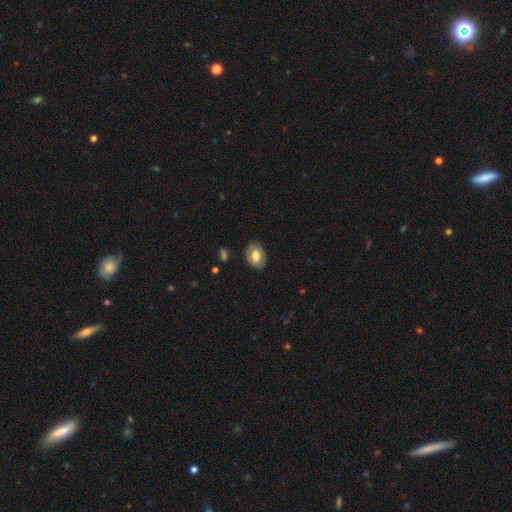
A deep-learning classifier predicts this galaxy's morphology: Smooth or featured? Predicted: smooth (p=0.62). How rounded? Predicted: in between (p=0.76). Merging? Predicted: none (p=0.82).